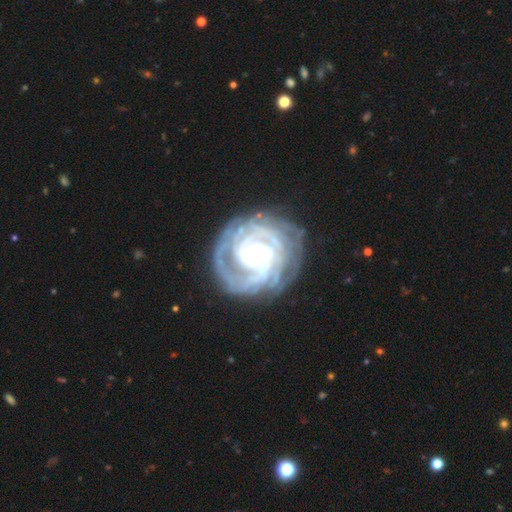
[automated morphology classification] Smooth or featured: featured or disk — 88% (smooth — 6%)
Edge-on disk: no — 97% (yes — 3%)
Bar: no — 73% (weak — 19%)
Spiral arms: yes — 96% (no — 4%)
Spiral winding: tight — 76% (medium — 20%)
Spiral arm count: can't tell — 32% (3 — 18%)
Bulge size: small — 67% (moderate — 27%)
Merging: none — 75% (minor disturbance — 15%)